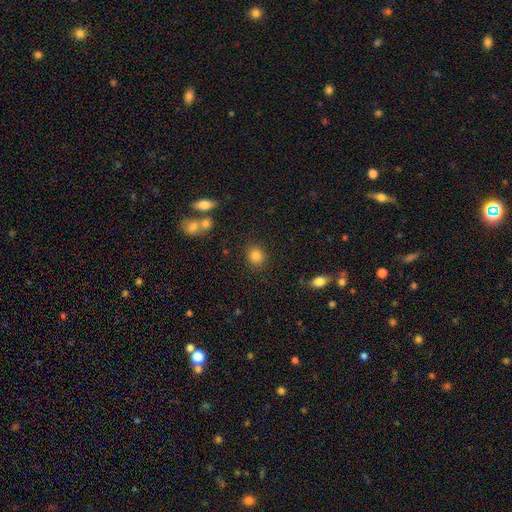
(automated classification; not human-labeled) smooth 85%, star or artifact 11%, featured or disk 5%. Down the decision tree: how rounded — round (74%); merging — none (85%).